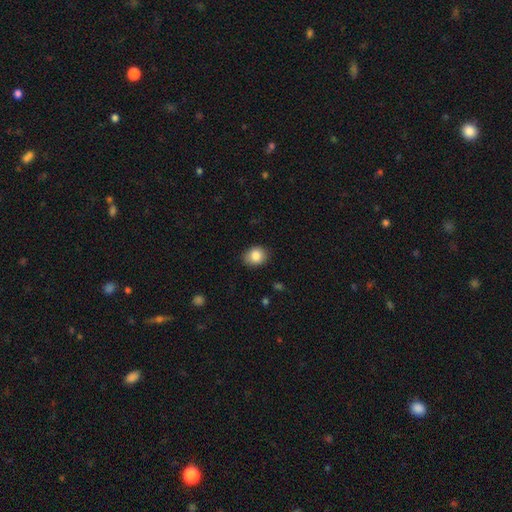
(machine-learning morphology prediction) This is clearly a smooth galaxy (85%). How rounded: possibly round (59%). Merging: clearly none (85%).